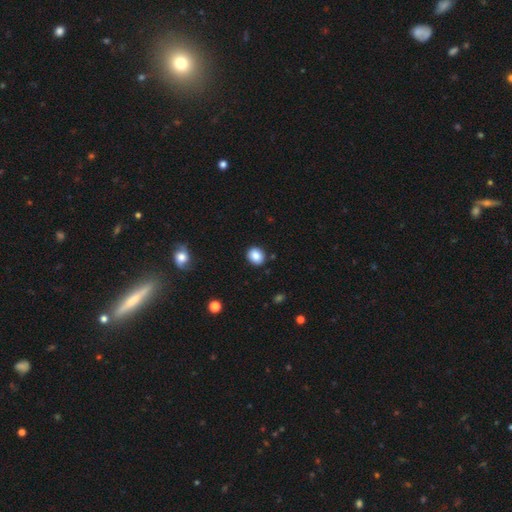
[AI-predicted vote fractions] Smooth or featured?
  - smooth: 86% *
  - star or artifact: 9%
  - featured or disk: 5%
How rounded?
  - round: 67% *
  - in between: 32%
  - cigar-shaped: 1%
Merging?
  - none: 89% *
  - minor disturbance: 7%
  - major disturbance: 2%
  - merger: 2%